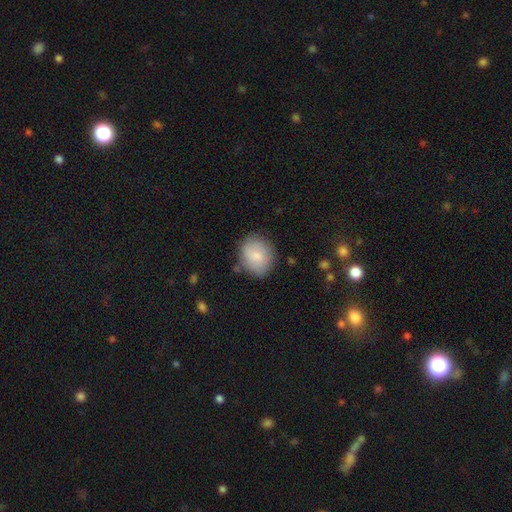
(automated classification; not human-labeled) Overall: smooth (78%). How rounded: round (68%; in between 31%). Merging: none (74%).